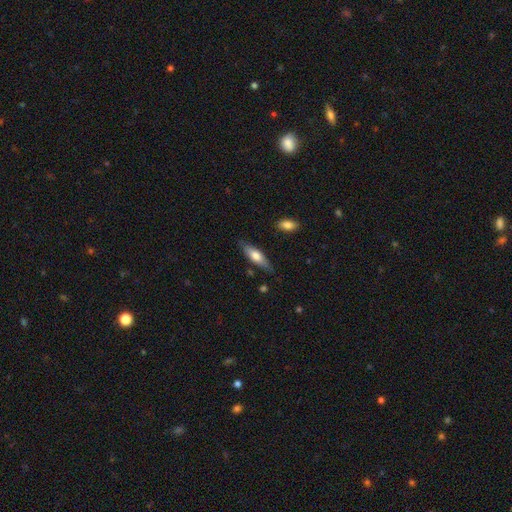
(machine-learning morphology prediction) type=smooth (62%); roundness=cigar-shaped (56%); merging=none (81%).